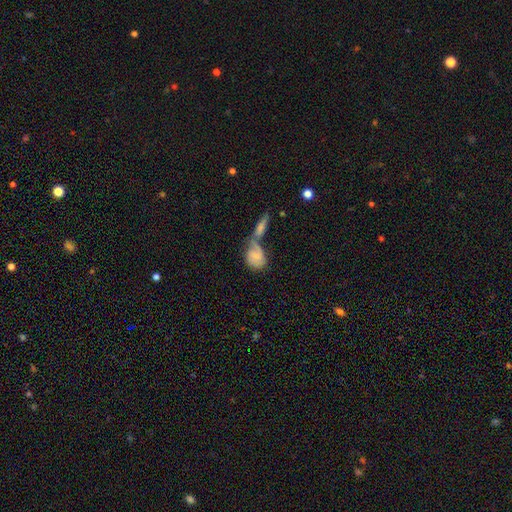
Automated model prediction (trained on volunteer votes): Overall: smooth (69%). How rounded: in between (68%). Merging: merger (58%; none 23%).